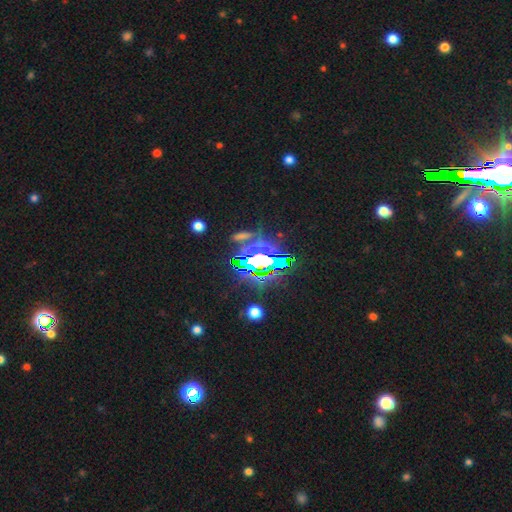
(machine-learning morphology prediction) A star or artifact, not a galaxy (82%).

Vote fractions:
- Smooth or featured? star or artifact: 82% / smooth: 9% / featured or disk: 8%